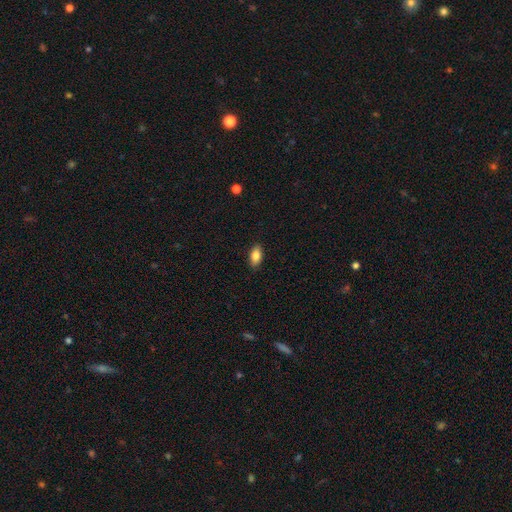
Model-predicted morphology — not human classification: smooth-or-featured: smooth: 85% | featured or disk: 8% | star or artifact: 7%
  how-rounded: in between: 90% | cigar-shaped: 6% | round: 4%
  merging: none: 88% | minor disturbance: 9% | major disturbance: 2% | merger: 1%